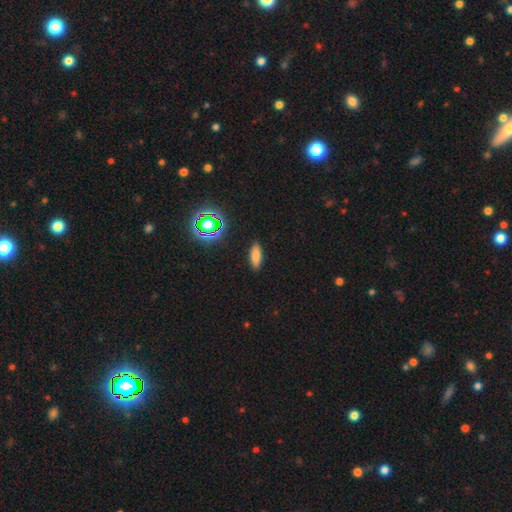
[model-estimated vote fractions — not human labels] A smooth galaxy with no disk features (77%) that is in between round and cigar-shaped (63%).

Vote fractions:
- Smooth or featured? smooth: 77% / star or artifact: 14% / featured or disk: 8%
- How rounded? in between: 63% / cigar-shaped: 34% / round: 3%
- Merging? none: 89% / minor disturbance: 8% / major disturbance: 2% / merger: 1%